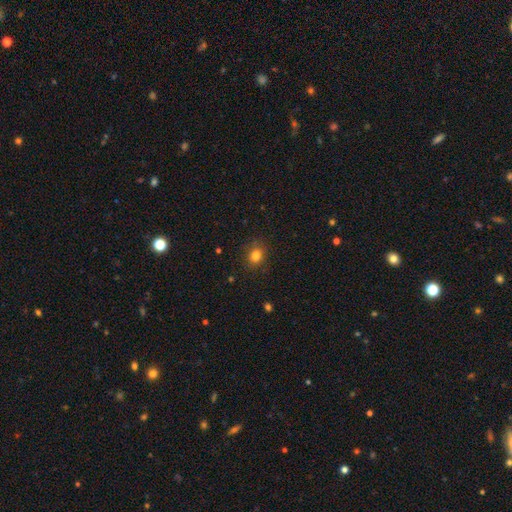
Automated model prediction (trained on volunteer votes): Morphology: type=smooth (82%); roundness=round (59%); merging=none (85%).